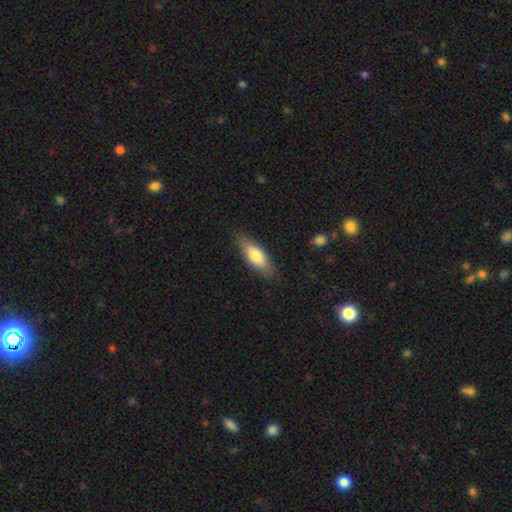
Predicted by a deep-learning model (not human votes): smooth 71%, featured or disk 23%, star or artifact 6%. Down the decision tree: how rounded — in between (68%); merging — none (83%).